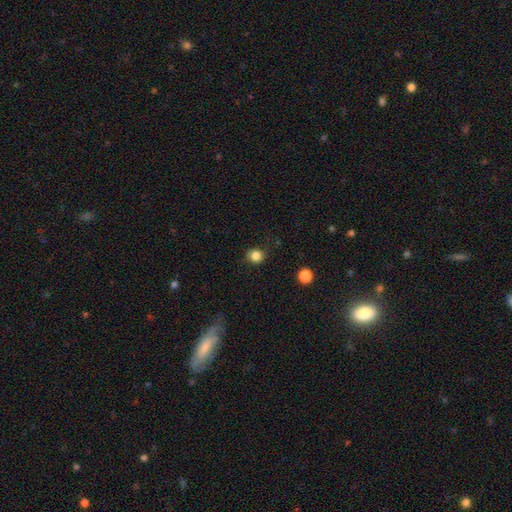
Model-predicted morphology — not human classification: A smooth galaxy with no disk features (83%) that is round (82%).

Vote fractions:
- Smooth or featured? smooth: 83% / star or artifact: 12% / featured or disk: 5%
- How rounded? round: 82% / in between: 17% / cigar-shaped: 1%
- Merging? none: 80% / minor disturbance: 15% / major disturbance: 4% / merger: 1%